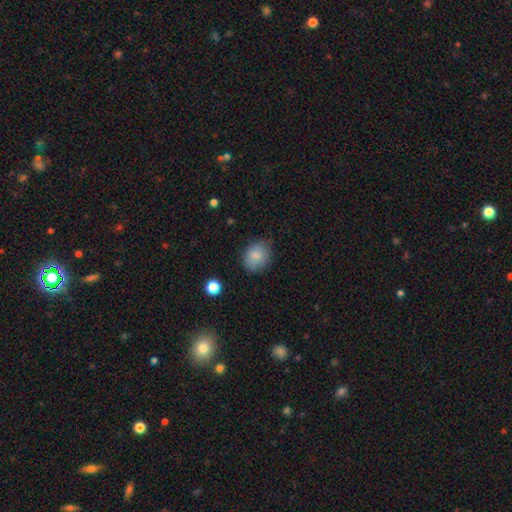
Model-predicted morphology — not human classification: smooth_or_featured: smooth (p=0.82) [alt: featured or disk p=0.09]
how_rounded: round (p=0.64) [alt: in between p=0.35]
merging: none (p=0.74) [alt: minor disturbance p=0.20]